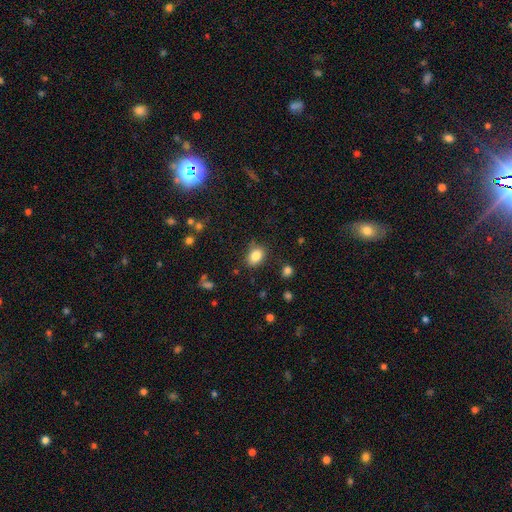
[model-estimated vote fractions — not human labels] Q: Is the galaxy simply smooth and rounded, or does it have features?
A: smooth — 84%.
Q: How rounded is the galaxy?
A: in between — 75%.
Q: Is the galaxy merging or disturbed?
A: none — 78%.